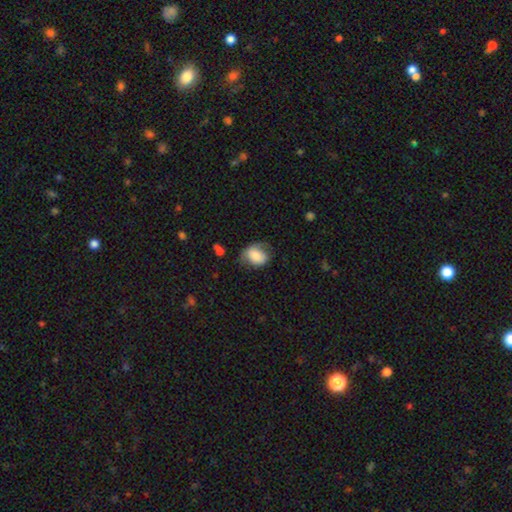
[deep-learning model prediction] A smooth galaxy with no disk features (71%) that is in between round and cigar-shaped (65%).

Vote fractions:
- Smooth or featured? smooth: 71% / featured or disk: 22% / star or artifact: 7%
- How rounded? in between: 65% / round: 34% / cigar-shaped: 1%
- Merging? none: 46% / minor disturbance: 33% / major disturbance: 19% / merger: 2%